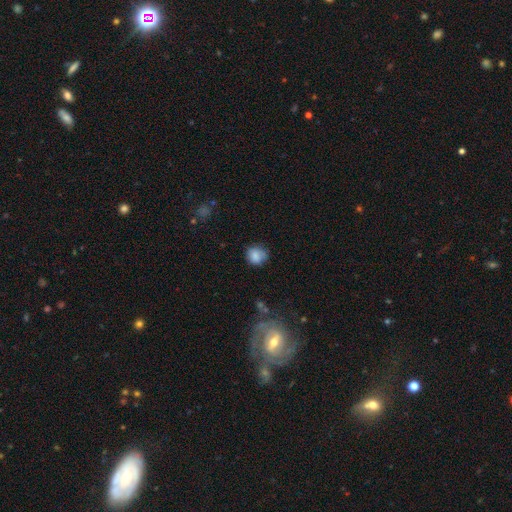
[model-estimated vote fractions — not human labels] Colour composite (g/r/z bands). It shows a smooth galaxy with no disk features (83%) that is round (76%). Merging: none (67%).